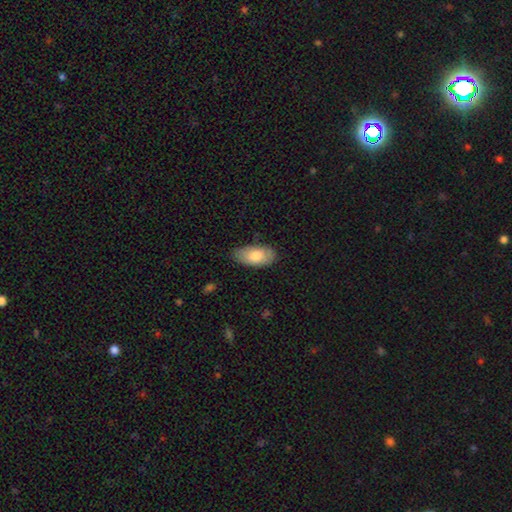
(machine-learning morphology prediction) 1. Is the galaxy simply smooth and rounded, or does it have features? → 78% smooth, 16% featured or disk, 6% star or artifact.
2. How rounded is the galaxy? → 94% in between, 4% cigar-shaped, 3% round.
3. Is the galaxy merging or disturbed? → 79% none, 17% minor disturbance, 3% major disturbance, 1% merger.